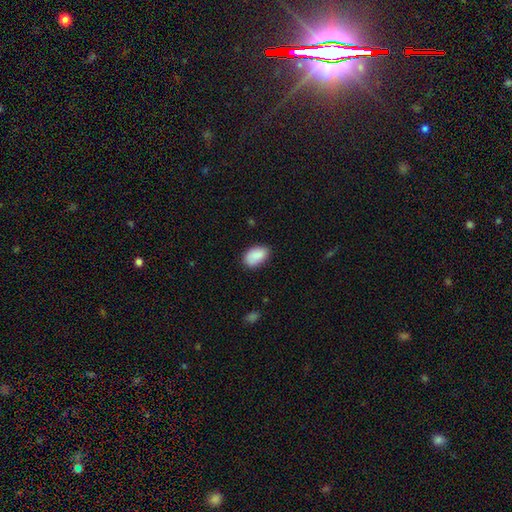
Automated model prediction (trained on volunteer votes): This is clearly a smooth galaxy (88%). How rounded: clearly in between (92%). Merging: likely none (75%).